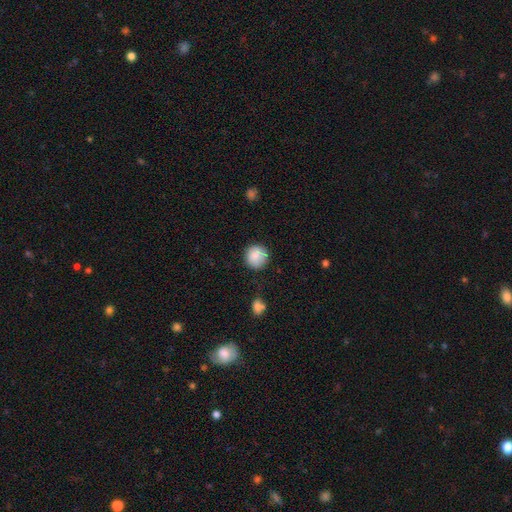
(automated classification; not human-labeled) Q: Smooth or featured?
A: smooth (86%); runner-up: star or artifact (8%)
Q: How rounded?
A: round (91%); runner-up: in between (8%)
Q: Merging?
A: none (77%); runner-up: minor disturbance (16%)